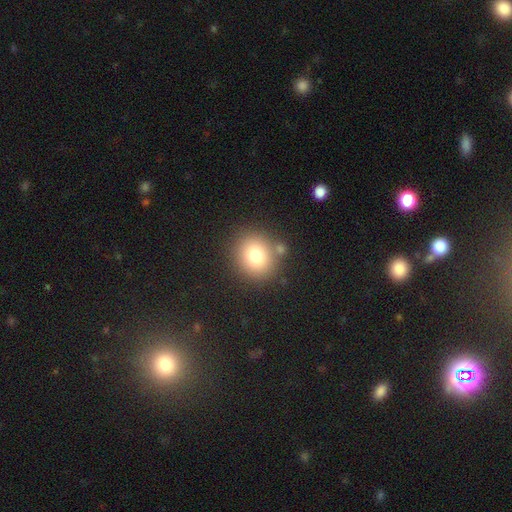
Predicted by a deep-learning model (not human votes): smooth-or-featured: smooth: 79% | star or artifact: 11% | featured or disk: 10%
  how-rounded: round: 79% | in between: 20% | cigar-shaped: 1%
  merging: none: 77% | minor disturbance: 10% | merger: 9% | major disturbance: 4%